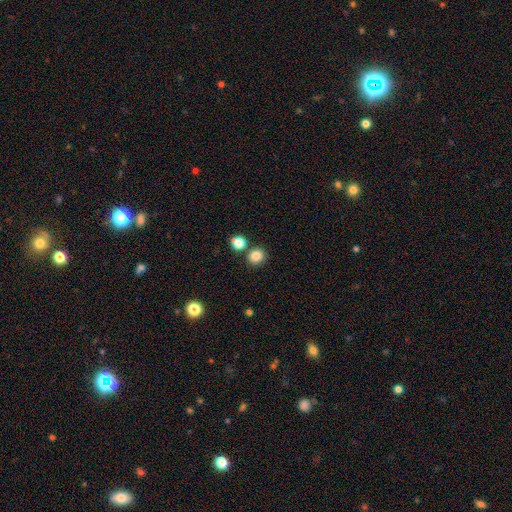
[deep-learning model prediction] Smooth or featured: smooth — 84% (star or artifact — 11%)
How rounded: round — 82% (in between — 17%)
Merging: none — 78% (merger — 12%)